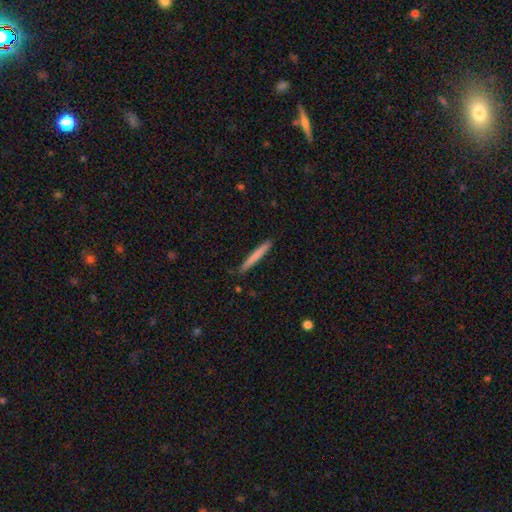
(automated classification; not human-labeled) The model was most divided on "smooth or featured": smooth: 72%, featured or disk: 22%, star or artifact: 5%. More confident: how rounded — cigar-shaped (97%); merging — none (89%).